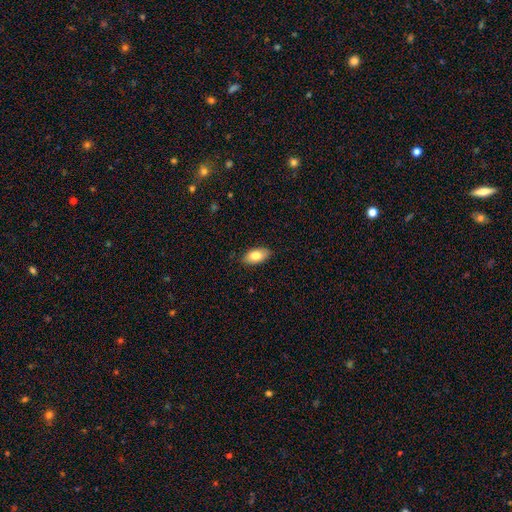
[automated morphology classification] The model was most divided on "smooth or featured": smooth: 80%, featured or disk: 14%, star or artifact: 6%. More confident: how rounded — in between (94%); merging — none (86%).